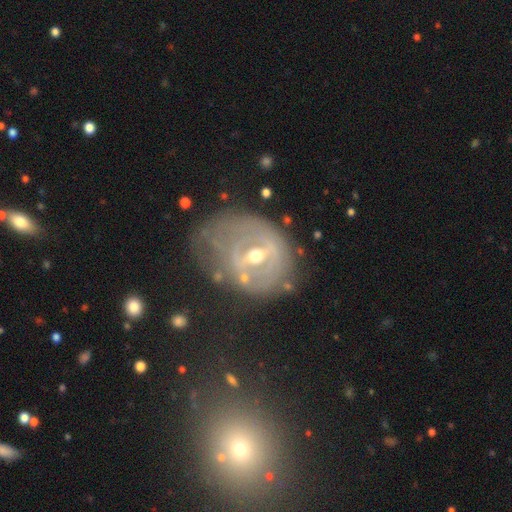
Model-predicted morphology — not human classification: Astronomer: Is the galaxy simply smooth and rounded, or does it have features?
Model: featured or disk — 73%.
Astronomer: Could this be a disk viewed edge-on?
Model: no — 95%.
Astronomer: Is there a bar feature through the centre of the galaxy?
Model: weak — 48% (runner-up: strong, 29%).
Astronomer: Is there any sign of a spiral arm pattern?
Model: yes — 55% (runner-up: no, 45%).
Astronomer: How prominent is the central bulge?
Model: moderate — 58% (runner-up: small, 37%).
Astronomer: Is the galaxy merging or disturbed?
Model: none — 45% (runner-up: minor disturbance, 28%).